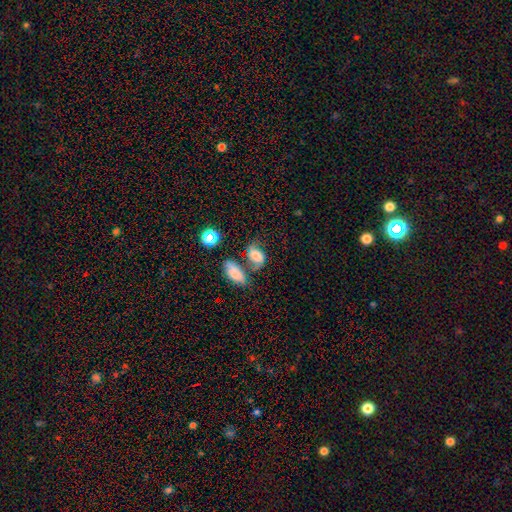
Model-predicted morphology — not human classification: This appears to be a smooth galaxy with no disk features (56%) that is in between round and cigar-shaped (76%). Merging: none (39%).